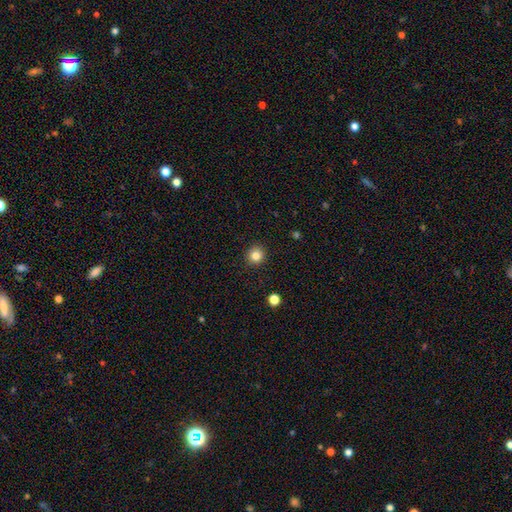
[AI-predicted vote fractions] Smooth or featured? Predicted: smooth (p=0.83). How rounded? Predicted: round (p=0.92). Merging? Predicted: none (p=0.92).